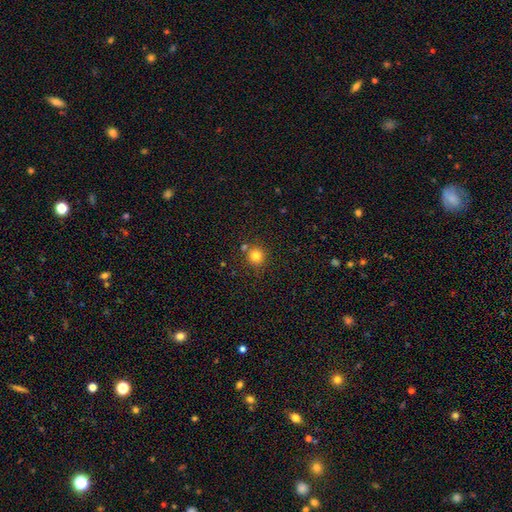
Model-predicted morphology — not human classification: smooth-or-featured: smooth: 81% | star or artifact: 13% | featured or disk: 6%
  how-rounded: round: 94% | in between: 5% | cigar-shaped: 1%
  merging: none: 76% | merger: 12% | minor disturbance: 9% | major disturbance: 3%